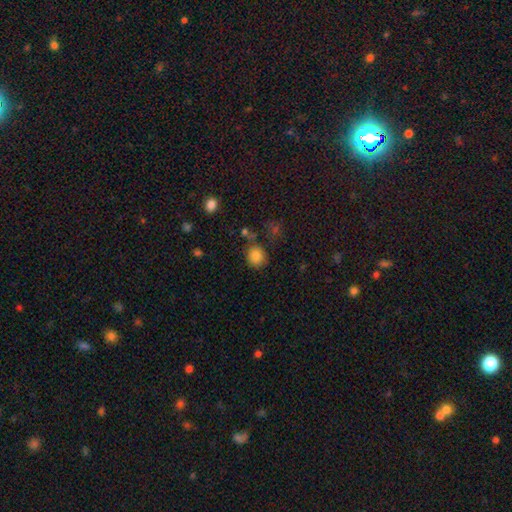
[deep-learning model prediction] Smooth or featured: smooth — 84% (star or artifact — 10%)
How rounded: round — 77% (in between — 22%)
Merging: none — 76% (minor disturbance — 14%)